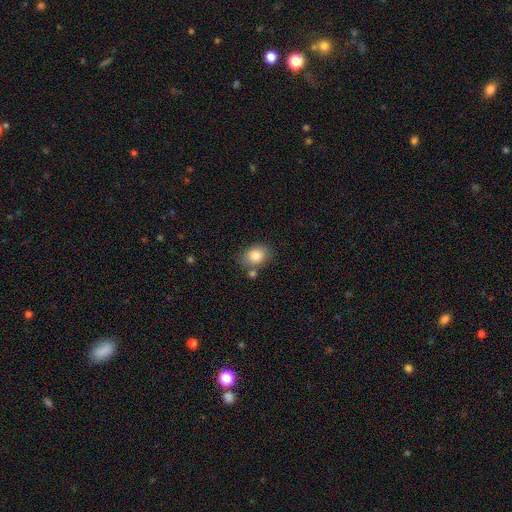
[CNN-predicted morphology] Q: Smooth or featured?
A: smooth (82%); runner-up: featured or disk (9%)
Q: How rounded?
A: in between (60%); runner-up: round (39%)
Q: Merging?
A: none (71%); runner-up: minor disturbance (15%)